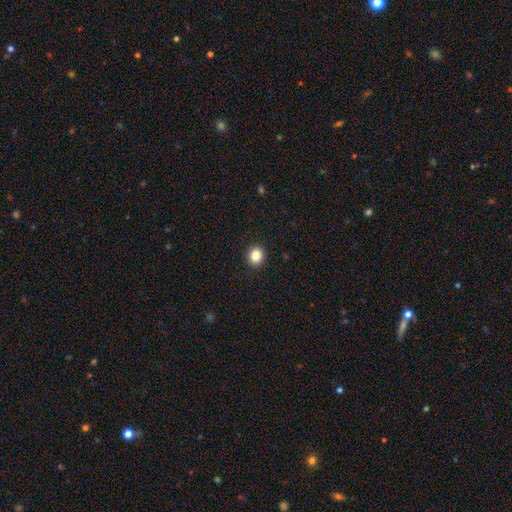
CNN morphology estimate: The model was most divided on "how rounded": round: 77%, in between: 22%, cigar-shaped: 1%. More confident: merging — none (93%); smooth or featured — smooth (85%).